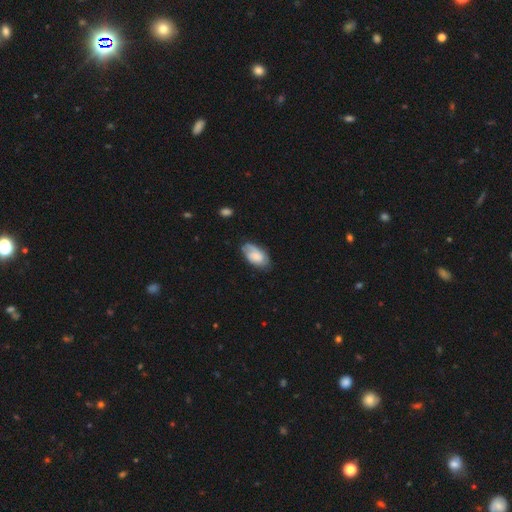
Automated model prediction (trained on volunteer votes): This is possibly a smooth galaxy (53%). How rounded: clearly in between (94%). Merging: likely none (68%).